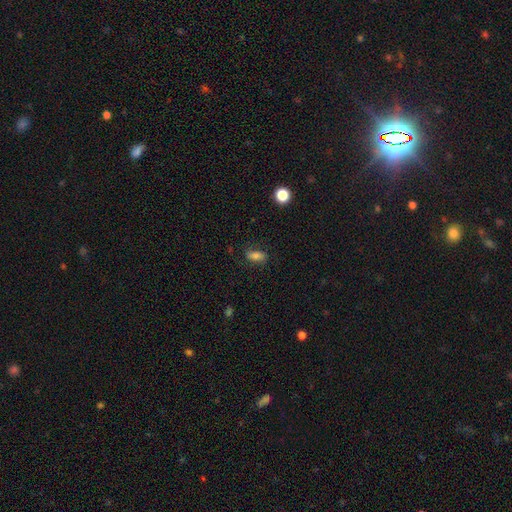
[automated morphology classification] smooth_or_featured: smooth (p=0.72) [alt: featured or disk p=0.16]
how_rounded: in between (p=0.81) [alt: cigar-shaped p=0.12]
merging: none (p=0.75) [alt: minor disturbance p=0.18]